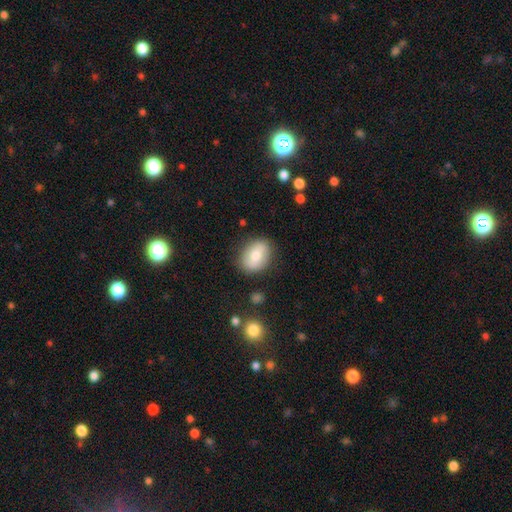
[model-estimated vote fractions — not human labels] Smooth or featured: smooth — 69% (featured or disk — 24%)
How rounded: in between — 69% (round — 30%)
Merging: none — 82% (minor disturbance — 12%)